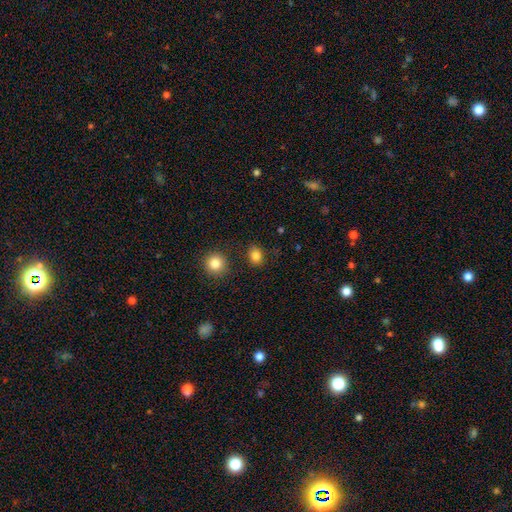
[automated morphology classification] type=smooth (83%); roundness=round (53%); merging=none (83%).